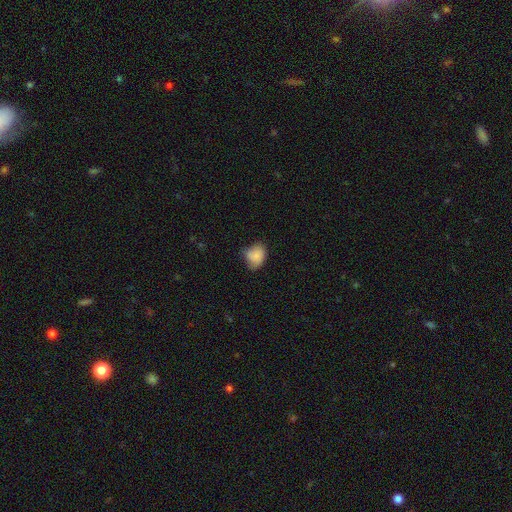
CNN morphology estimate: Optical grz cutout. It shows a smooth galaxy with no disk features (81%) that is in between round and cigar-shaped (56%). Merging: none (51%).